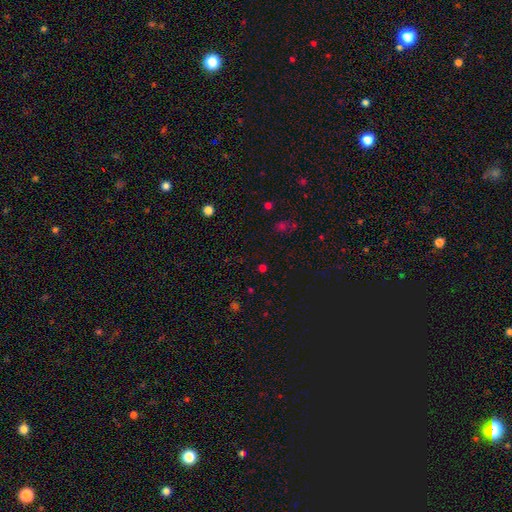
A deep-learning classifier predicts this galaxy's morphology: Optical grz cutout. It shows a star or artifact, not a galaxy (55%).